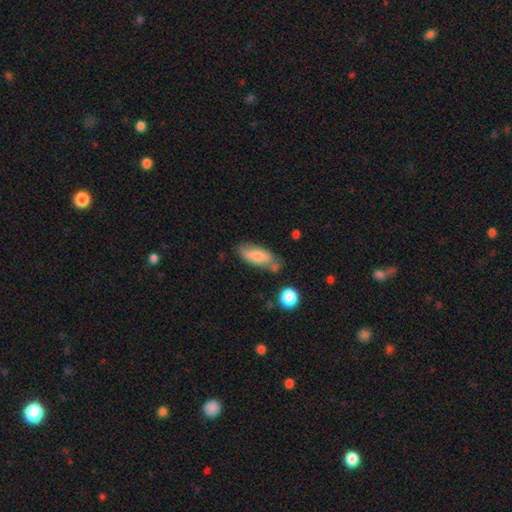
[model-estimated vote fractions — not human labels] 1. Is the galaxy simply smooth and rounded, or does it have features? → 65% smooth, 28% featured or disk, 7% star or artifact.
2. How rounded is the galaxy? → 75% in between, 22% cigar-shaped, 3% round.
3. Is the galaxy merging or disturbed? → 59% none, 25% minor disturbance, 10% merger, 6% major disturbance.